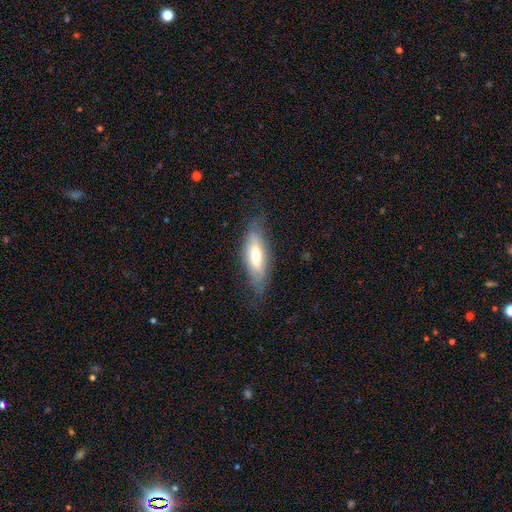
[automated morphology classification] The model was most divided on "how rounded": in between: 51%, cigar-shaped: 47%, round: 2%. More confident: merging — none (75%); smooth or featured — smooth (51%).